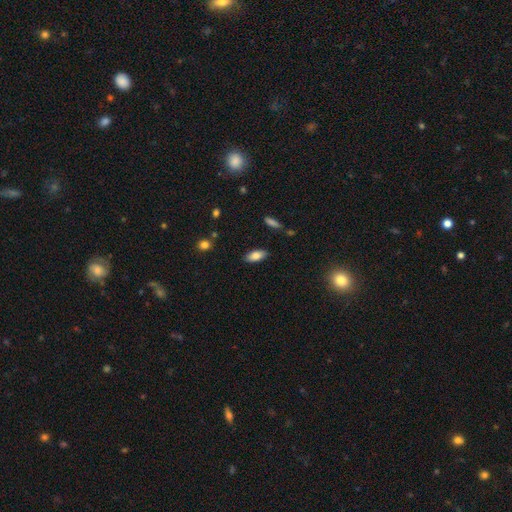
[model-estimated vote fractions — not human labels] Smooth or featured: smooth — 82% (featured or disk — 11%)
How rounded: in between — 85% (cigar-shaped — 13%)
Merging: none — 86% (minor disturbance — 10%)